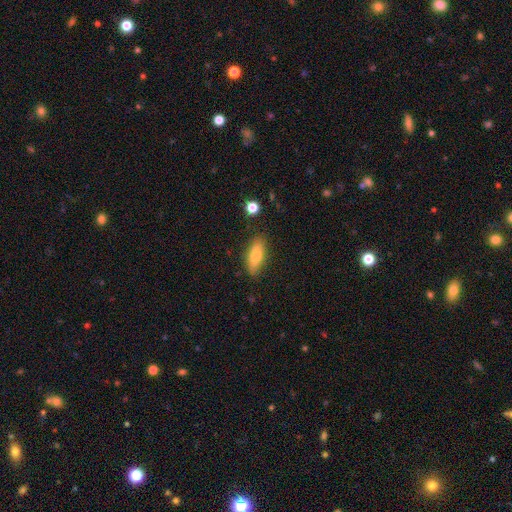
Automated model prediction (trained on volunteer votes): A smooth galaxy with no disk features (74%) that is in between round and cigar-shaped (63%). Merging: none (83%).